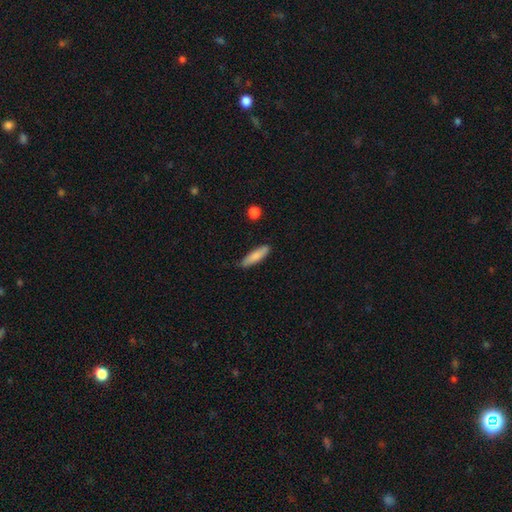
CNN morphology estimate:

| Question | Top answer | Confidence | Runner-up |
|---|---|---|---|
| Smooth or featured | smooth | 81% | featured or disk (13%) |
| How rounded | cigar-shaped | 69% | in between (29%) |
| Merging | none | 77% | minor disturbance (19%) |